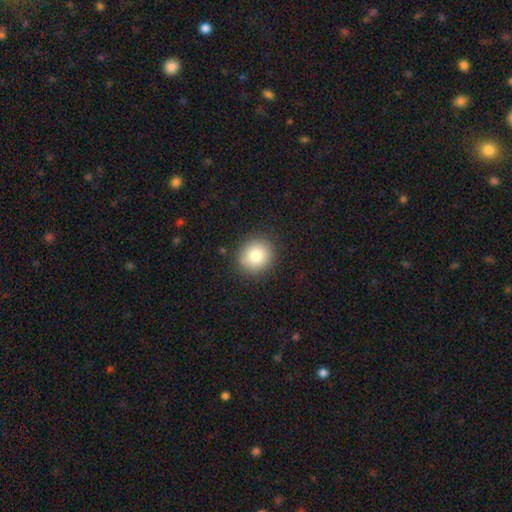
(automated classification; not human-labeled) Smooth or featured? Predicted: smooth (p=0.82). How rounded? Predicted: round (p=0.82). Merging? Predicted: none (p=0.89).